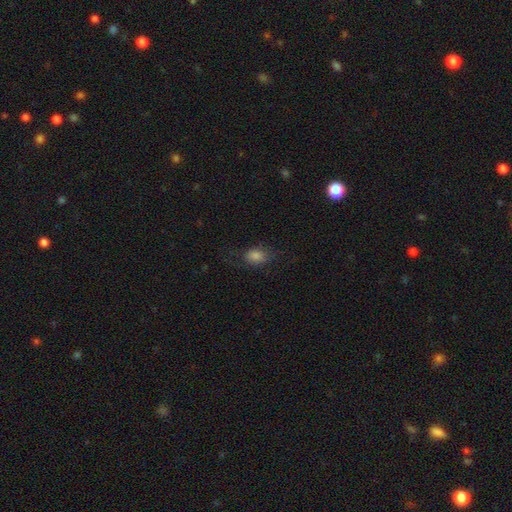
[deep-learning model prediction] smooth 75%, star or artifact 14%, featured or disk 11%. Down the decision tree: how rounded — in between (75%); merging — none (65%).